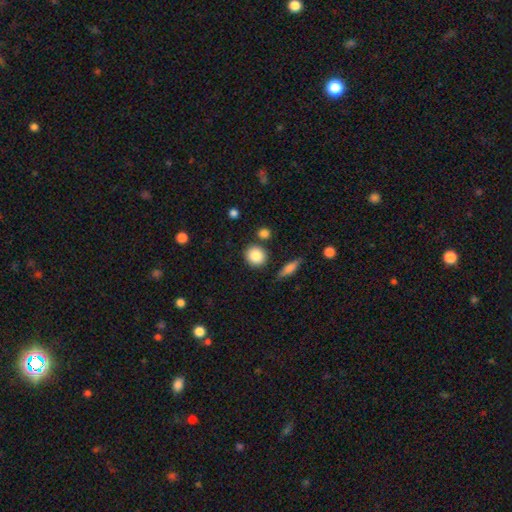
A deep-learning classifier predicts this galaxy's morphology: This appears to be a smooth galaxy with no disk features (85%) that is round (81%). Merging: none (82%).